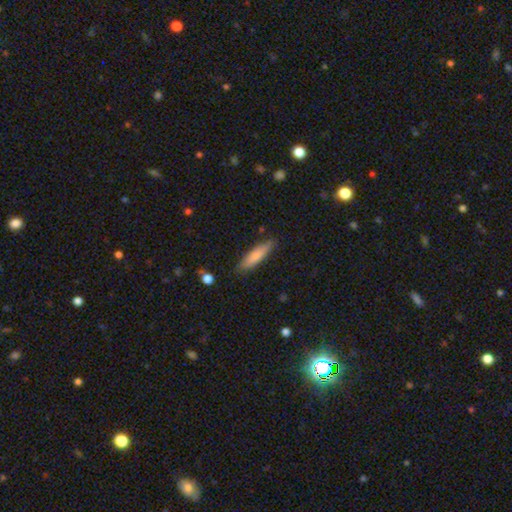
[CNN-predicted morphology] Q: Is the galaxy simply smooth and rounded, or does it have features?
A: smooth — 77%.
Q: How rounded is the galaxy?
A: cigar-shaped — 74%.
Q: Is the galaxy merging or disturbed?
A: none — 84%.